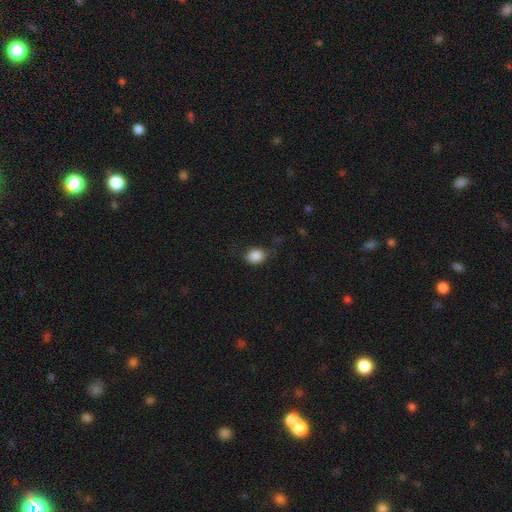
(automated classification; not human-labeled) A smooth galaxy with no disk features (86%) that is in between round and cigar-shaped (58%).

Vote fractions:
- Smooth or featured? smooth: 86% / star or artifact: 9% / featured or disk: 5%
- How rounded? in between: 58% / round: 41% / cigar-shaped: 1%
- Merging? none: 69% / minor disturbance: 22% / major disturbance: 7% / merger: 1%